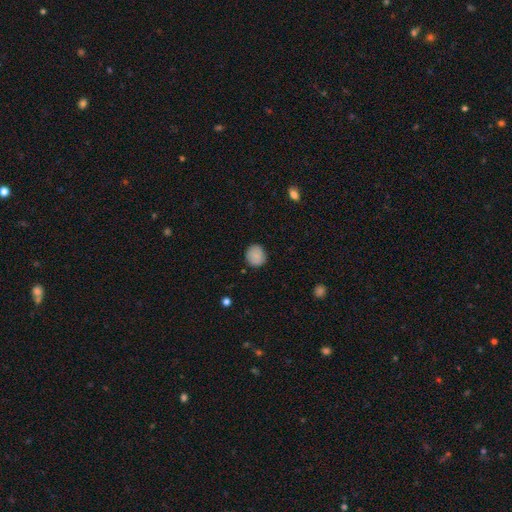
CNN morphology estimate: Smooth or featured?
  - smooth: 84% *
  - star or artifact: 8%
  - featured or disk: 8%
How rounded?
  - round: 83% *
  - in between: 16%
  - cigar-shaped: 1%
Merging?
  - none: 85% *
  - minor disturbance: 11%
  - major disturbance: 2%
  - merger: 1%